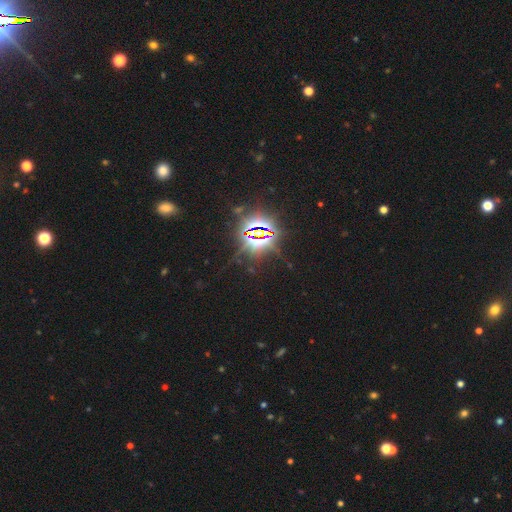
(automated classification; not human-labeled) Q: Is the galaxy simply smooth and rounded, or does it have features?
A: star or artifact — 86%.